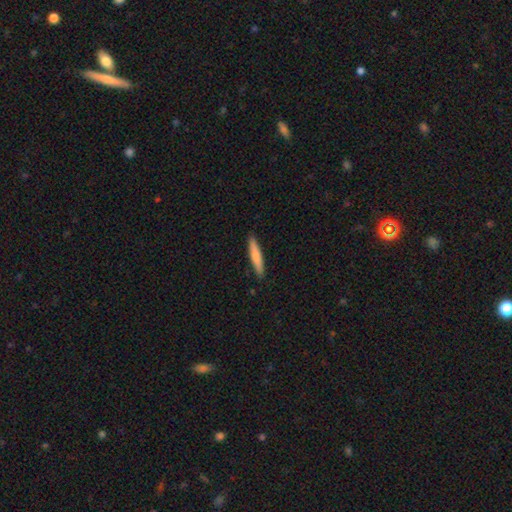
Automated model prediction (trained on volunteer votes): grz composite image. It shows a smooth galaxy with no disk features (74%) that is cigar-shaped (92%). Merging: none (90%).